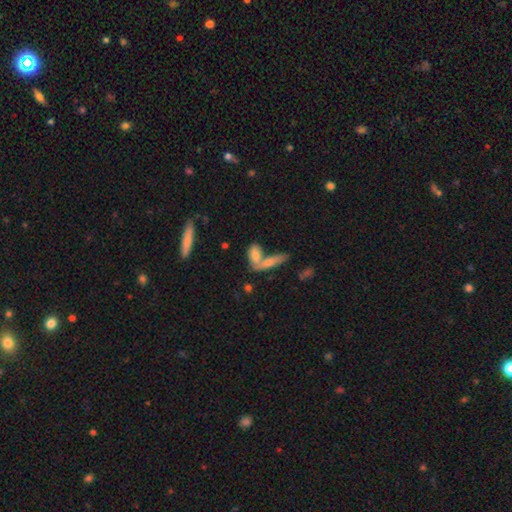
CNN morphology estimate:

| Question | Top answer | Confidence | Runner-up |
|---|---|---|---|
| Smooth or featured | smooth | 65% | featured or disk (25%) |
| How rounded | in between | 62% | cigar-shaped (33%) |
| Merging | merger | 46% | none (39%) |